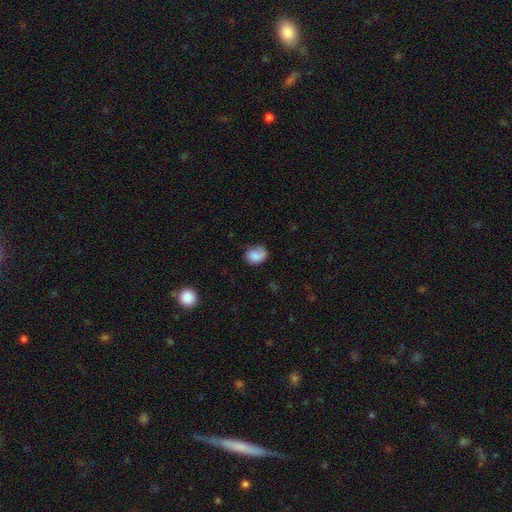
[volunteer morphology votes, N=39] This appears to be a smooth galaxy with no disk features (69%) that is in between round and cigar-shaped (74%). Merging: none (56%).